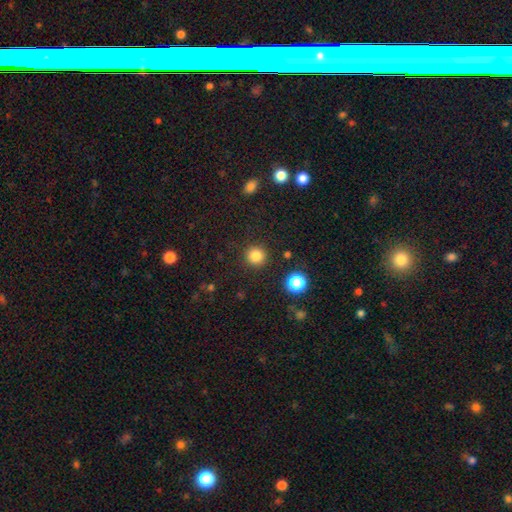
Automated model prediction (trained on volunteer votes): This appears to be a smooth galaxy with no disk features (83%) that is round (95%). Merging: none (90%).